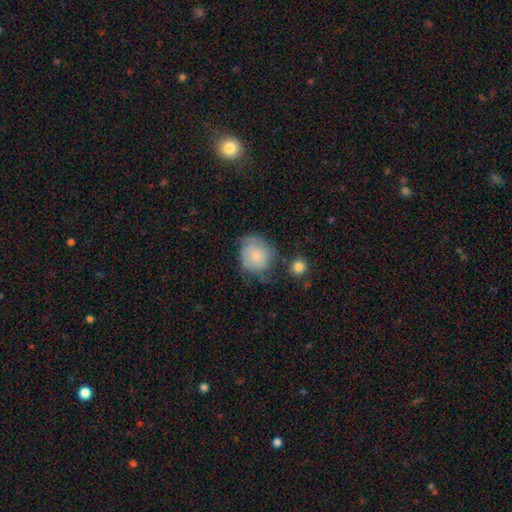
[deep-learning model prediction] Smooth or featured?
  - smooth: 76% *
  - featured or disk: 17%
  - star or artifact: 7%
How rounded?
  - round: 72% *
  - in between: 27%
  - cigar-shaped: 1%
Merging?
  - none: 49% *
  - minor disturbance: 32%
  - major disturbance: 13%
  - merger: 6%